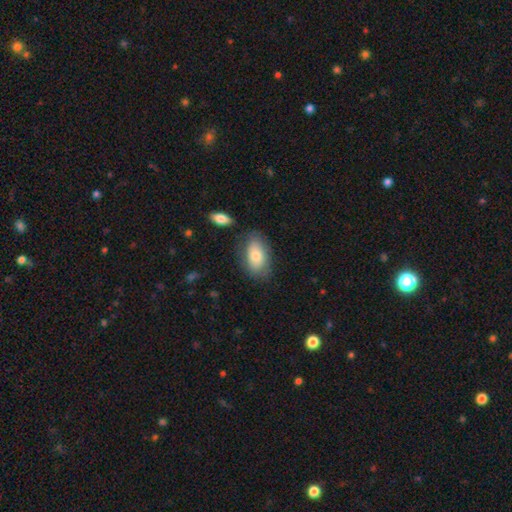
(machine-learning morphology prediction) A smooth galaxy with no disk features (75%) that is in between round and cigar-shaped (92%).

Vote fractions:
- Smooth or featured? smooth: 75% / featured or disk: 18% / star or artifact: 6%
- How rounded? in between: 92% / round: 4% / cigar-shaped: 3%
- Merging? none: 72% / minor disturbance: 18% / major disturbance: 5% / merger: 4%